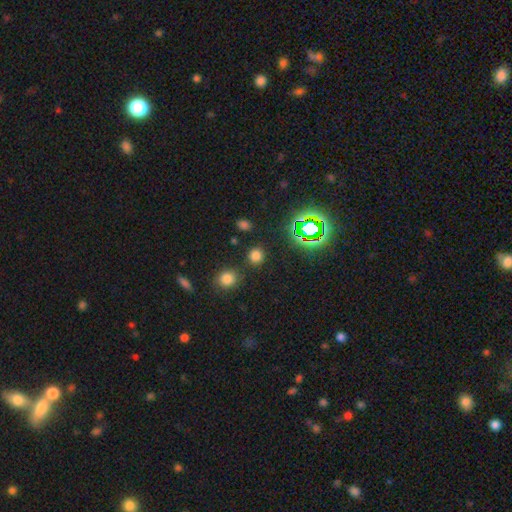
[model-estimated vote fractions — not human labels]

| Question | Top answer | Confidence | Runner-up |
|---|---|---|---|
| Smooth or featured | smooth | 70% | star or artifact (25%) |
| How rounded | round | 87% | in between (11%) |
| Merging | none | 86% | minor disturbance (7%) |